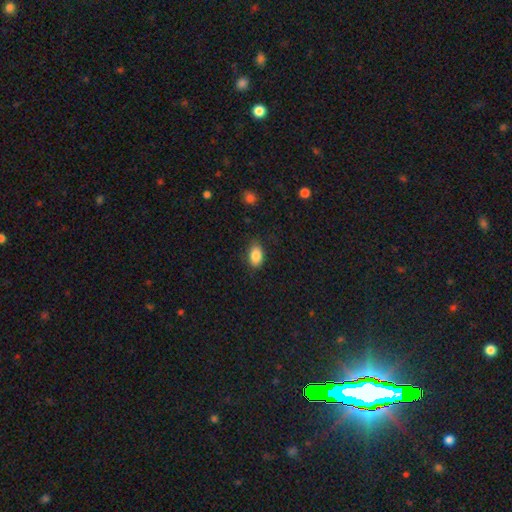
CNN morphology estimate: type=smooth (86%); roundness=in between (88%); merging=none (80%).